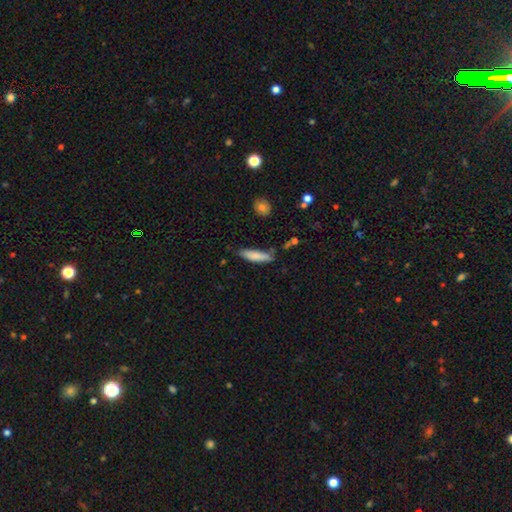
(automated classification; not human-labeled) Overall: smooth (83%). How rounded: cigar-shaped (64%; in between 34%). Merging: none (72%).